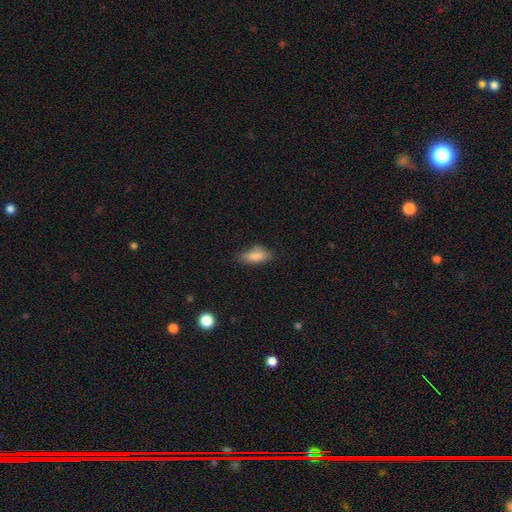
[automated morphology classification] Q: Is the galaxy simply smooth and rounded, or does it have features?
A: smooth — 83%.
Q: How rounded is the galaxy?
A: in between — 80%.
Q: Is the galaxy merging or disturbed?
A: none — 69%.